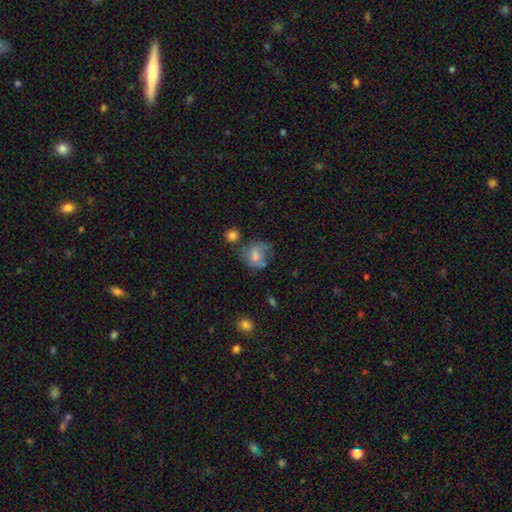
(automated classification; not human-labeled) smooth-or-featured: smooth: 65% | featured or disk: 26% | star or artifact: 9%
  how-rounded: round: 62% | in between: 37% | cigar-shaped: 1%
  merging: none: 40% | minor disturbance: 27% | major disturbance: 24% | merger: 8%